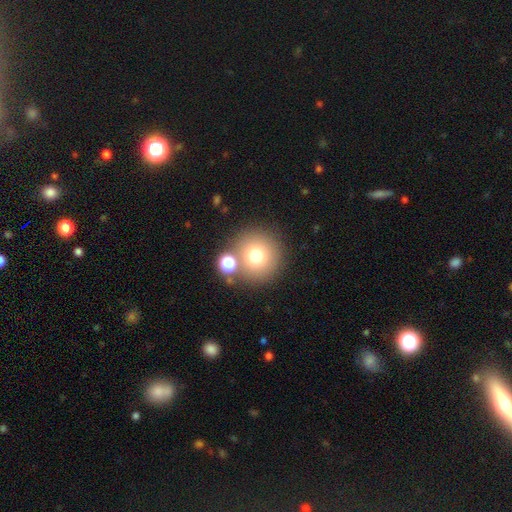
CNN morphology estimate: Q: Smooth or featured?
A: smooth (74%); runner-up: star or artifact (14%)
Q: How rounded?
A: round (94%); runner-up: in between (5%)
Q: Merging?
A: none (76%); runner-up: merger (12%)